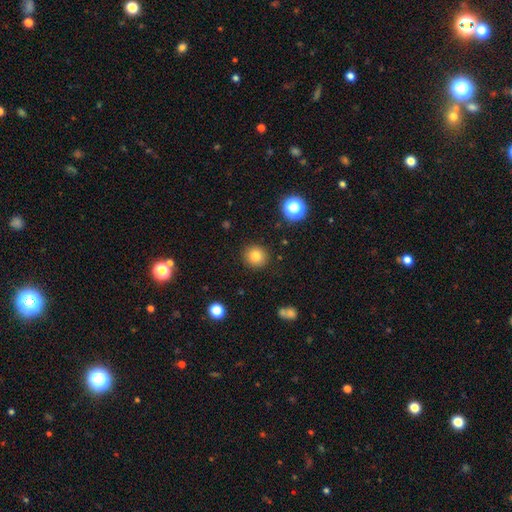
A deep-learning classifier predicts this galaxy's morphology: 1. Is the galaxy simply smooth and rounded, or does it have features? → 81% smooth, 12% star or artifact, 7% featured or disk.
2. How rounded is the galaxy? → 93% round, 6% in between, 1% cigar-shaped.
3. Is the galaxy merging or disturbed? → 90% none, 6% minor disturbance, 2% major disturbance, 1% merger.